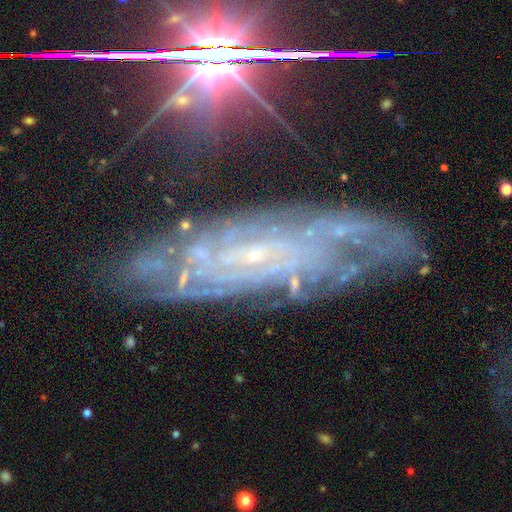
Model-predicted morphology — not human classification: Smooth or featured? featured or disk (80%)
Edge-on disk? no (85%)
Bar? no (56%)
Spiral arms? yes (95%)
Spiral winding? tight (74%)
Spiral arm count? can't tell (44%)
Bulge size? small (86%)
Merging? none (74%)